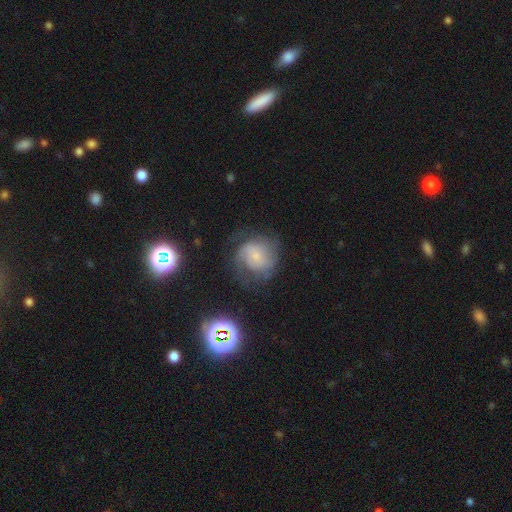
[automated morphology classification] The model was most divided on "smooth or featured": featured or disk: 55%, smooth: 34%, star or artifact: 11%. More confident: edge-on disk — no (97%); spiral arms — yes (84%); bar — no (61%); bulge size — small (60%); merging — none (54%).